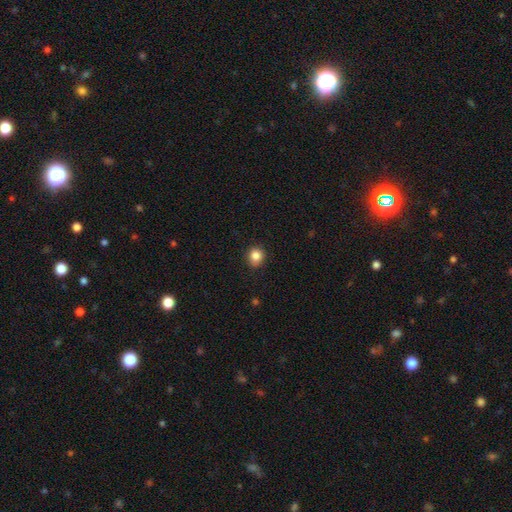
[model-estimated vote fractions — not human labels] A smooth galaxy with no disk features (85%) that is round (83%).

Vote fractions:
- Smooth or featured? smooth: 85% / star or artifact: 10% / featured or disk: 5%
- How rounded? round: 83% / in between: 16% / cigar-shaped: 1%
- Merging? none: 89% / minor disturbance: 8% / major disturbance: 2% / merger: 1%